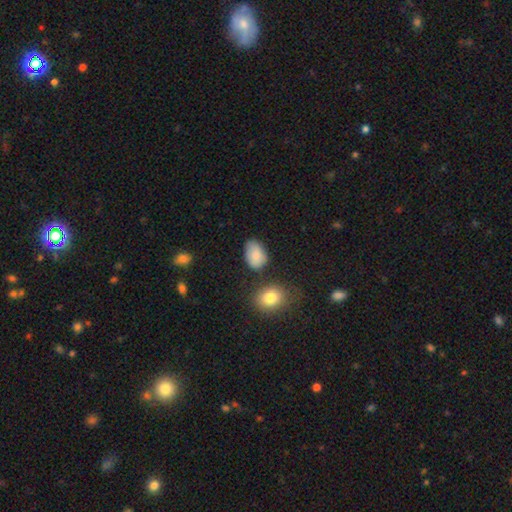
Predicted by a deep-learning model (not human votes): Q: Smooth or featured?
A: smooth (83%); runner-up: featured or disk (9%)
Q: How rounded?
A: in between (84%); runner-up: round (15%)
Q: Merging?
A: none (61%); runner-up: minor disturbance (27%)